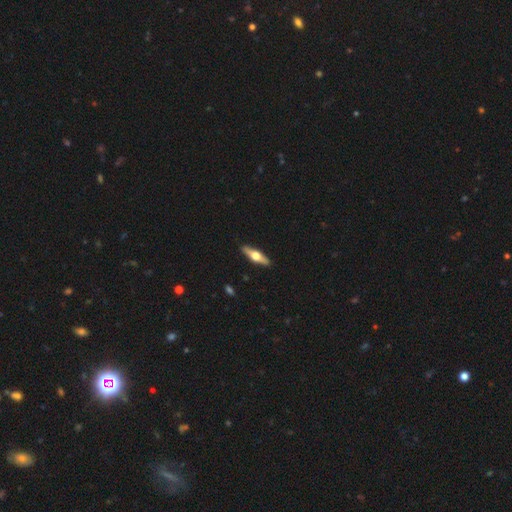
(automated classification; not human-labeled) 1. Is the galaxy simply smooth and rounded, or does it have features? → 61% featured or disk, 34% smooth, 5% star or artifact.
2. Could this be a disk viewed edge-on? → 94% yes, 6% no.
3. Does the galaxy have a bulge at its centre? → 96% rounded, 3% boxy, 2% none.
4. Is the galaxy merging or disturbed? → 91% none, 6% minor disturbance, 1% major disturbance, 1% merger.